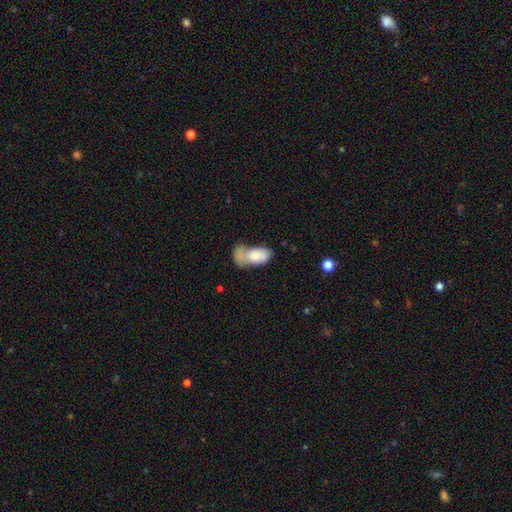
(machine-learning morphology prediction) Overall: smooth (74%). How rounded: in between (91%). Merging: merger (47%; major disturbance 21%).